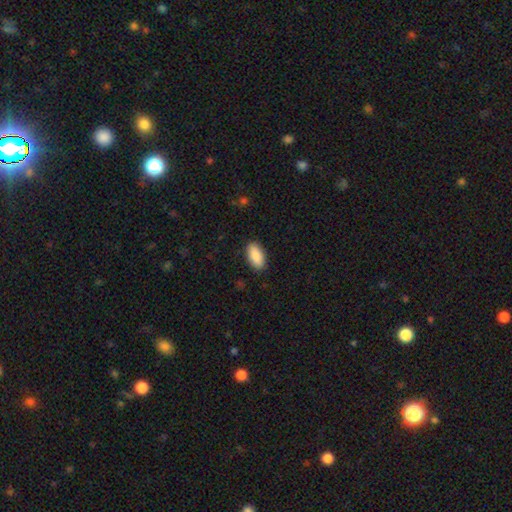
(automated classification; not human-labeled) smooth-or-featured: smooth: 90% | star or artifact: 6% | featured or disk: 4%
  how-rounded: in between: 92% | cigar-shaped: 6% | round: 2%
  merging: none: 89% | minor disturbance: 8% | major disturbance: 2% | merger: 1%